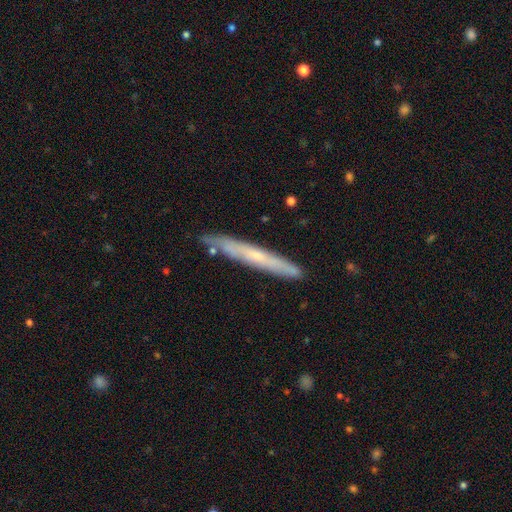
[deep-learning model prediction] Overall: featured or disk (51%; smooth 43%). Edge-on disk: yes (87%). Merging: none (82%).